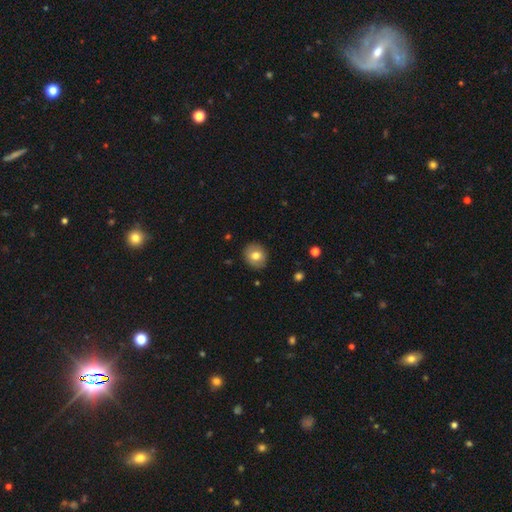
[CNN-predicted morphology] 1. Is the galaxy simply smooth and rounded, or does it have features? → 74% smooth, 18% featured or disk, 8% star or artifact.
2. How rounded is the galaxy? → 77% round, 22% in between, 1% cigar-shaped.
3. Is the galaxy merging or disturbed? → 87% none, 9% minor disturbance, 2% major disturbance, 1% merger.